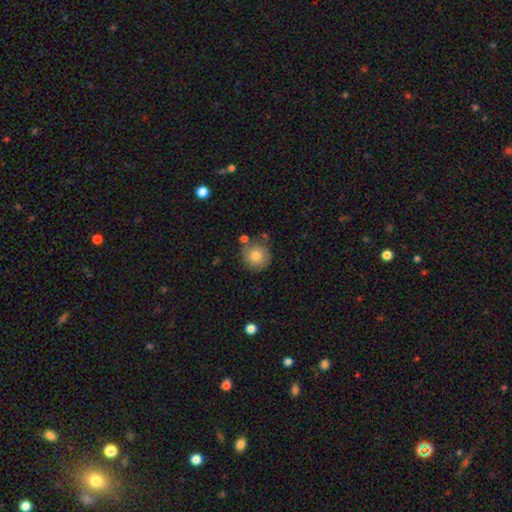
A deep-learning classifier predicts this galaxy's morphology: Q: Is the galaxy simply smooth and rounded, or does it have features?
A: smooth — 77%.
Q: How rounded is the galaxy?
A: round — 90%.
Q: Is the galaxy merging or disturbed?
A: none — 71%.